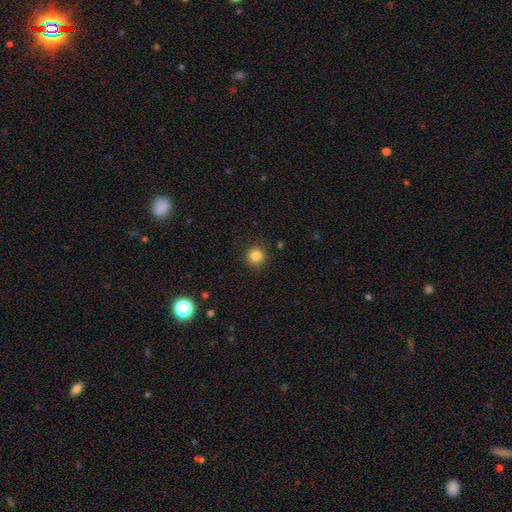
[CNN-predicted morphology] smooth-or-featured: smooth: 84% | star or artifact: 12% | featured or disk: 4%
  how-rounded: round: 94% | in between: 5% | cigar-shaped: 1%
  merging: none: 91% | minor disturbance: 6% | major disturbance: 2% | merger: 1%